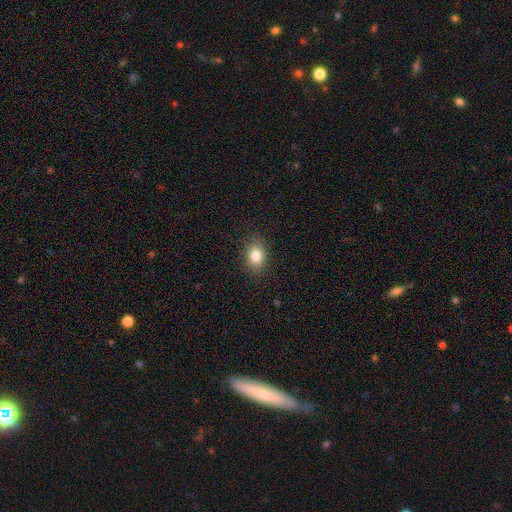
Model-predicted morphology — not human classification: Q: Smooth or featured?
A: smooth (83%); runner-up: star or artifact (10%)
Q: How rounded?
A: in between (74%); runner-up: round (25%)
Q: Merging?
A: none (87%); runner-up: minor disturbance (9%)